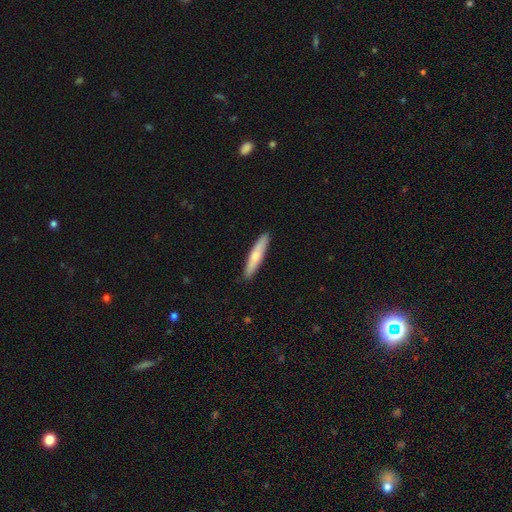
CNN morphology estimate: Overall: smooth (67%; featured or disk 28%). How rounded: cigar-shaped (89%). Merging: none (91%).